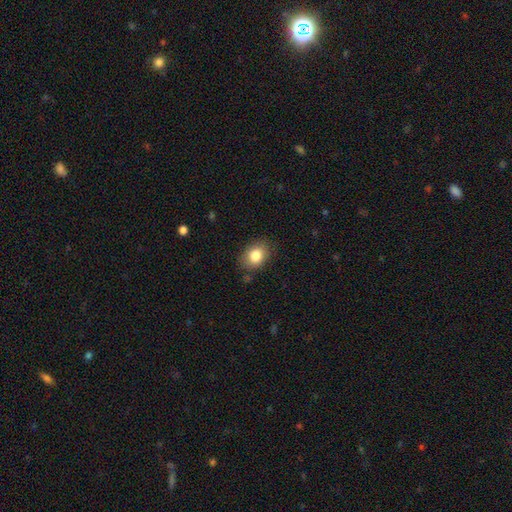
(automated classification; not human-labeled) Q: Smooth or featured?
A: smooth (83%); runner-up: featured or disk (9%)
Q: How rounded?
A: in between (71%); runner-up: round (28%)
Q: Merging?
A: none (79%); runner-up: minor disturbance (15%)